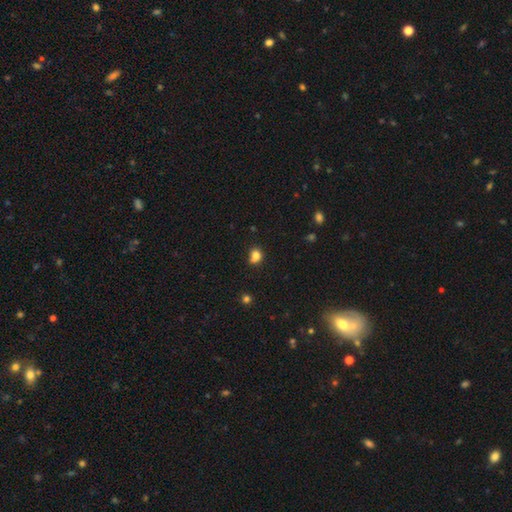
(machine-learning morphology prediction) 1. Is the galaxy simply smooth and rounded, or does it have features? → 78% smooth, 13% star or artifact, 9% featured or disk.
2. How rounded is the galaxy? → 63% round, 36% in between, 1% cigar-shaped.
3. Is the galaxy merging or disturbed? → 48% none, 23% merger, 21% minor disturbance, 8% major disturbance.